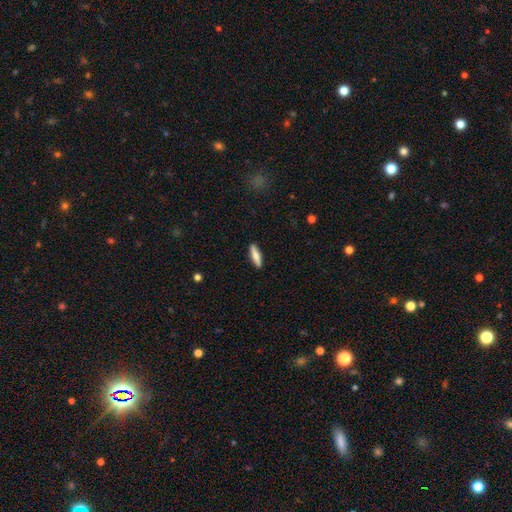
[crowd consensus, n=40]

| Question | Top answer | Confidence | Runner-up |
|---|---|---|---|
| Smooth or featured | smooth | 85% | featured or disk (8%) |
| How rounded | cigar-shaped | 85% | in between (15%) |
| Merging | none | 95% | major disturbance (3%) |